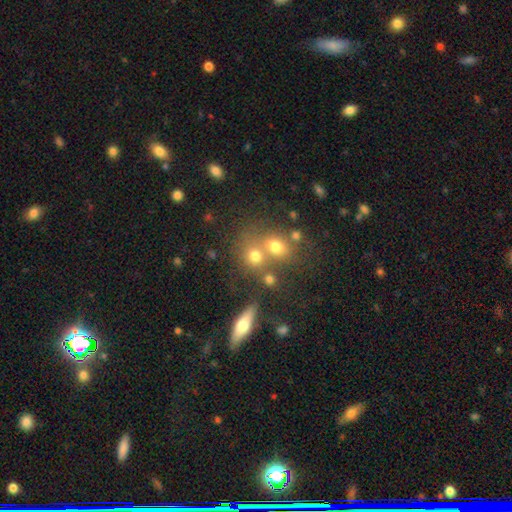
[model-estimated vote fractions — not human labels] smooth 66%, featured or disk 18%, star or artifact 16%. Down the decision tree: how rounded — round (60%); merging — none (45%).